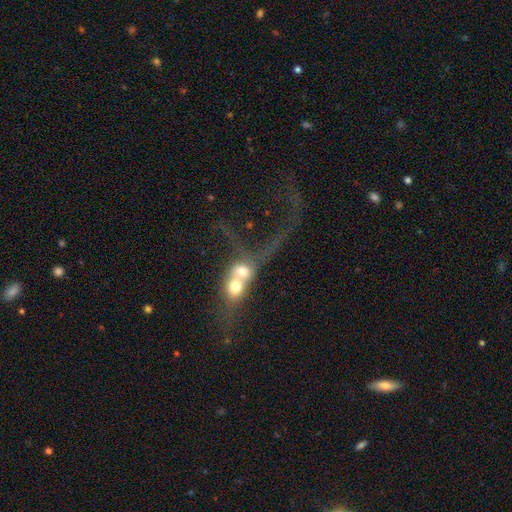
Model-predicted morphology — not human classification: A featured or disk galaxy (54%). Merging: merger (54%).